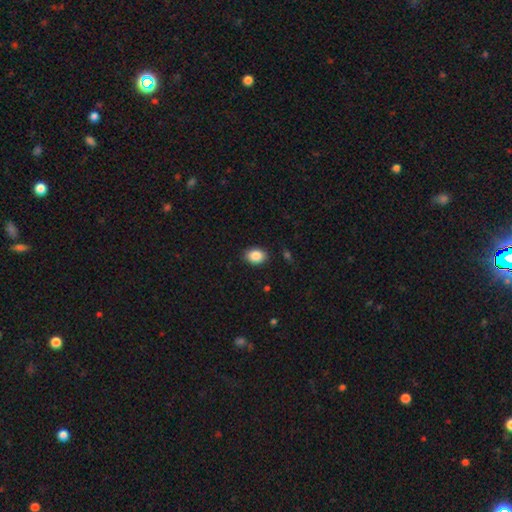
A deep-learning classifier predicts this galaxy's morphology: Overall: smooth (87%). How rounded: in between (67%; round 32%). Merging: none (87%).